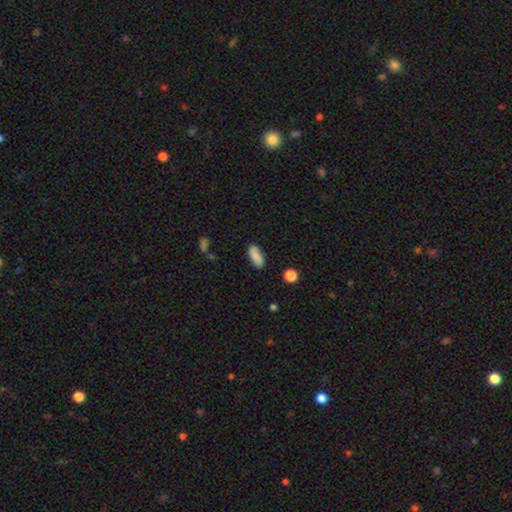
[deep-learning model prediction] Smooth or featured?
  - smooth: 84% *
  - star or artifact: 8%
  - featured or disk: 8%
How rounded?
  - in between: 80% *
  - cigar-shaped: 18%
  - round: 3%
Merging?
  - none: 81% *
  - minor disturbance: 13%
  - major disturbance: 3%
  - merger: 2%